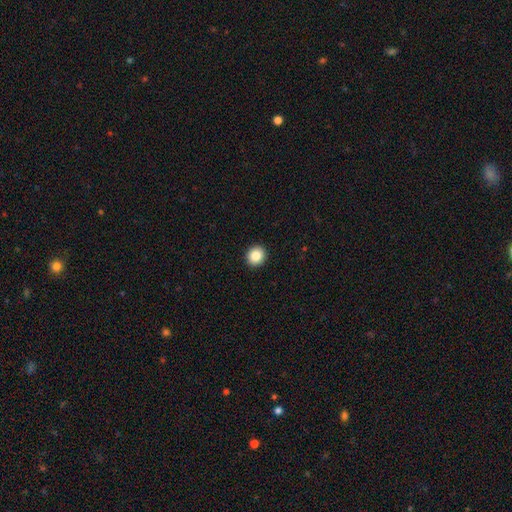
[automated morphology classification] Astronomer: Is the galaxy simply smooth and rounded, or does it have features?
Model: smooth — 86%.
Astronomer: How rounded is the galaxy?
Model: round — 86%.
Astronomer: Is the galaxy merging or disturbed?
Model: none — 93%.